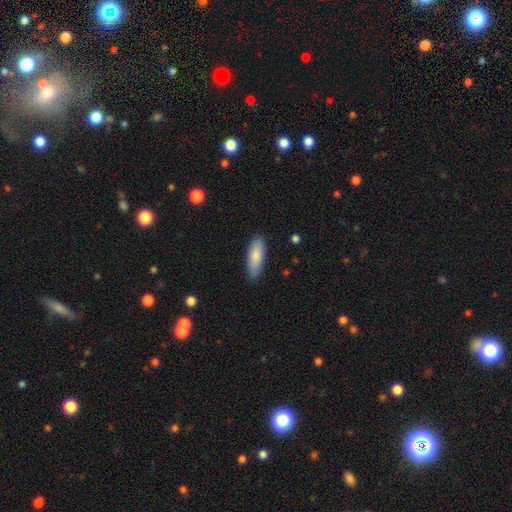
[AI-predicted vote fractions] Smooth or featured?
  - smooth: 85% *
  - featured or disk: 9%
  - star or artifact: 5%
How rounded?
  - in between: 68% *
  - cigar-shaped: 30%
  - round: 2%
Merging?
  - none: 84% *
  - minor disturbance: 12%
  - major disturbance: 2%
  - merger: 1%